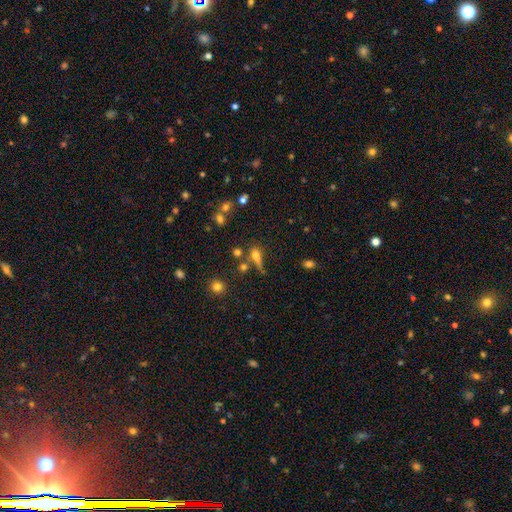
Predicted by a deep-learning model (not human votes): Overall: smooth (54%; featured or disk 23%). How rounded: in between (37%; cigar-shaped 35%). Merging: none (46%; merger 26%).